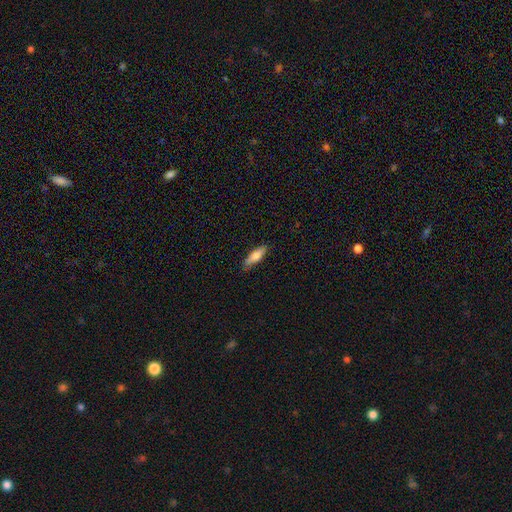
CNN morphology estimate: The model was most divided on "how rounded": cigar-shaped: 56%, in between: 42%, round: 2%. More confident: merging — none (82%); smooth or featured — smooth (74%).